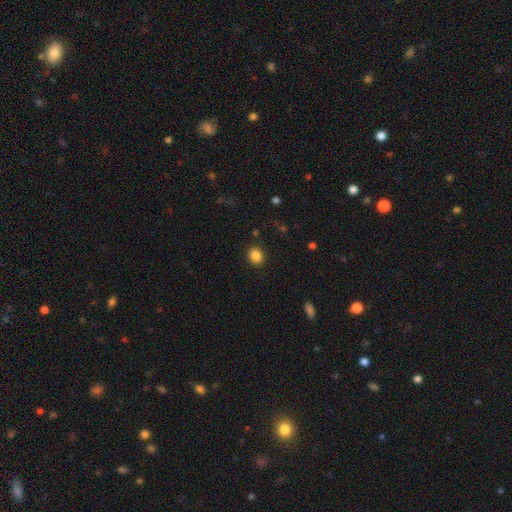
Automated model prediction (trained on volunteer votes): Smooth or featured?
  - smooth: 86% *
  - star or artifact: 10%
  - featured or disk: 4%
How rounded?
  - round: 60% *
  - in between: 39%
  - cigar-shaped: 1%
Merging?
  - none: 89% *
  - minor disturbance: 7%
  - major disturbance: 3%
  - merger: 1%